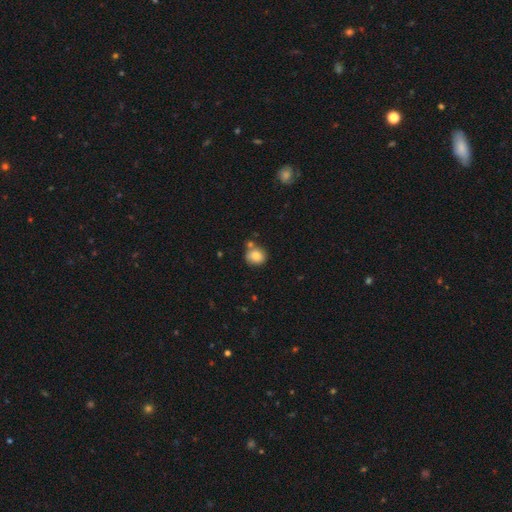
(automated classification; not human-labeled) This is clearly a smooth galaxy (83%). How rounded: likely round (77%). Merging: likely none (62%).